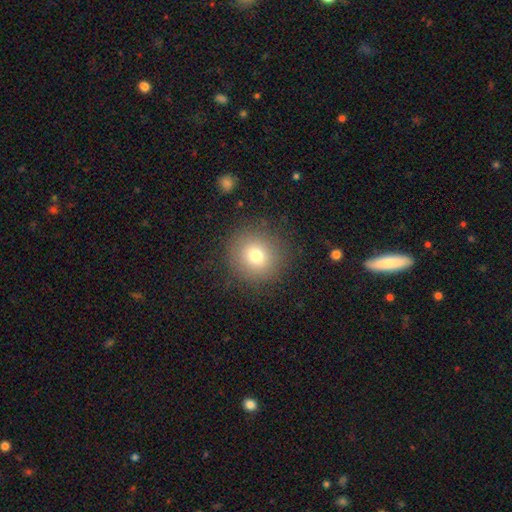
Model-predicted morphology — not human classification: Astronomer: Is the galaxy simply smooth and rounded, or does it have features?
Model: smooth — 76%.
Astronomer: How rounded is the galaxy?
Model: round — 92%.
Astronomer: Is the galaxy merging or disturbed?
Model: none — 87%.